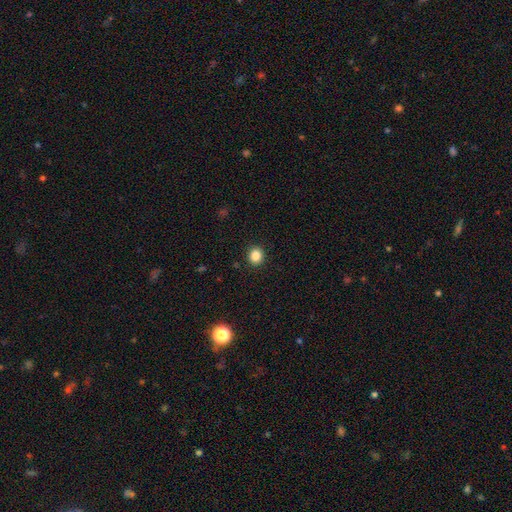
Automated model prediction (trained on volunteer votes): Morphology: type=smooth (85%); roundness=round (84%); merging=none (92%).